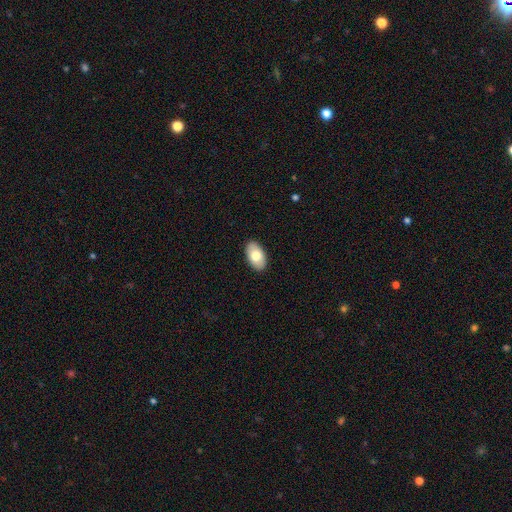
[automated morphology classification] A smooth galaxy with no disk features (76%) that is in between round and cigar-shaped (94%). Merging: none (90%).